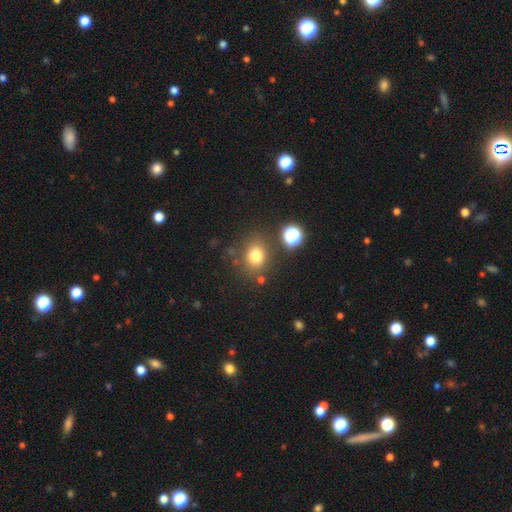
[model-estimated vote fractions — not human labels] Smooth or featured? Predicted: smooth (p=0.77). How rounded? Predicted: round (p=0.62). Merging? Predicted: none (p=0.75).